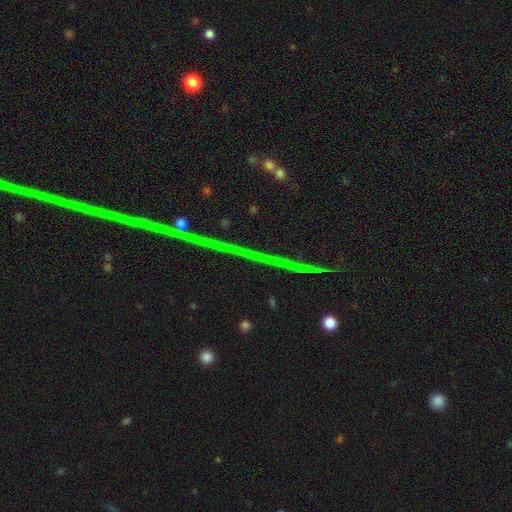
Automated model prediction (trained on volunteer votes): smooth-or-featured: star or artifact: 85% | featured or disk: 8% | smooth: 6%